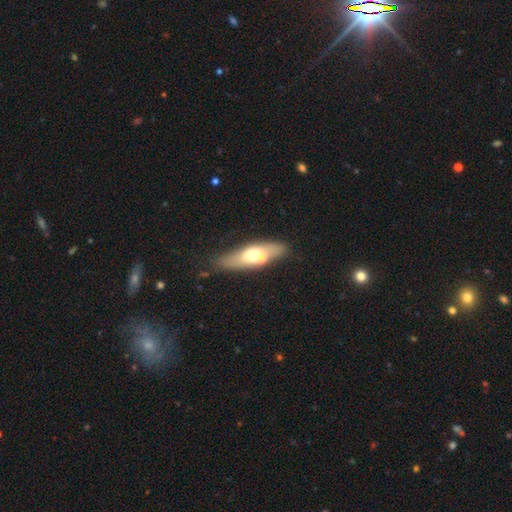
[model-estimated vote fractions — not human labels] A smooth galaxy with no disk features (54%) that is in between round and cigar-shaped (57%).

Vote fractions:
- Smooth or featured? smooth: 54% / featured or disk: 39% / star or artifact: 8%
- How rounded? in between: 57% / cigar-shaped: 38% / round: 6%
- Merging? none: 59% / merger: 23% / minor disturbance: 13% / major disturbance: 5%